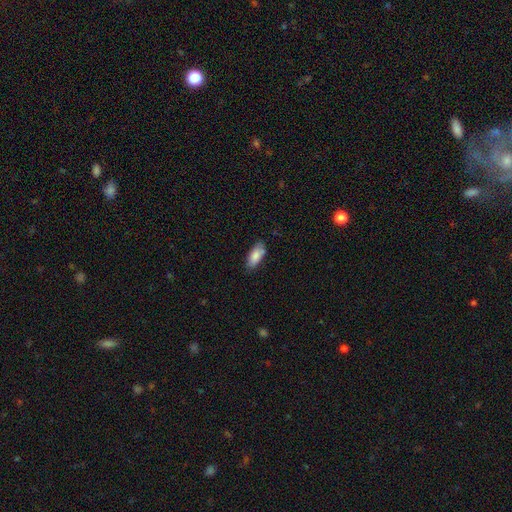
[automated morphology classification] smooth 83%, featured or disk 10%, star or artifact 7%. Down the decision tree: how rounded — in between (85%); merging — none (73%).